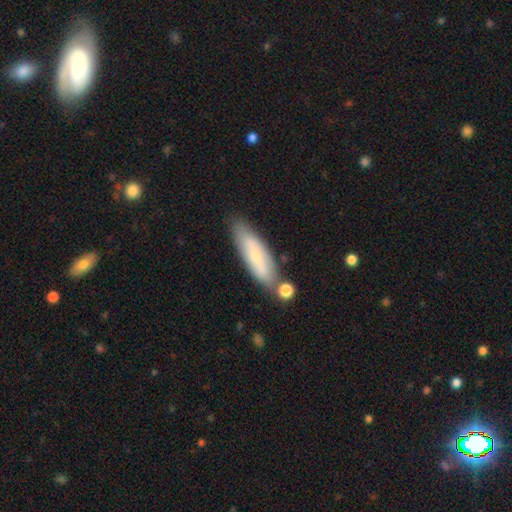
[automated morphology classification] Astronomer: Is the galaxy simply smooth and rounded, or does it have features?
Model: smooth — 61%.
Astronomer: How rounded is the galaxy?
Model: cigar-shaped — 59% (runner-up: in between, 40%).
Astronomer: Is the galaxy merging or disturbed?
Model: none — 71%.